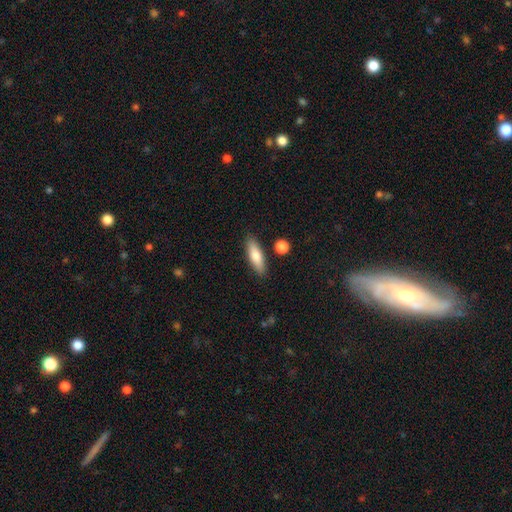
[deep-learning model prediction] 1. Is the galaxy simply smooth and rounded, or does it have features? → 76% smooth, 18% featured or disk, 6% star or artifact.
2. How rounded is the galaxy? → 52% cigar-shaped, 46% in between, 3% round.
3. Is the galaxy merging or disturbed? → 85% none, 9% minor disturbance, 4% merger, 2% major disturbance.